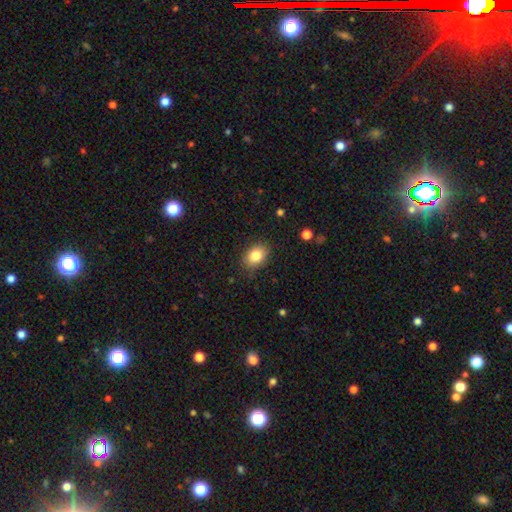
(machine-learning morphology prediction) A smooth galaxy with no disk features (84%) that is in between round and cigar-shaped (76%).

Vote fractions:
- Smooth or featured? smooth: 84% / star or artifact: 9% / featured or disk: 8%
- How rounded? in between: 76% / round: 23% / cigar-shaped: 1%
- Merging? none: 86% / minor disturbance: 10% / major disturbance: 3% / merger: 1%